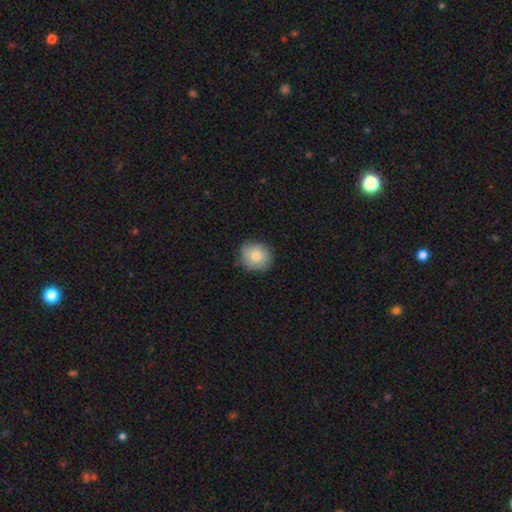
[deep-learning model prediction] A smooth galaxy with no disk features (78%) that is round (84%).

Vote fractions:
- Smooth or featured? smooth: 78% / featured or disk: 14% / star or artifact: 8%
- How rounded? round: 84% / in between: 15% / cigar-shaped: 1%
- Merging? none: 79% / minor disturbance: 17% / major disturbance: 3% / merger: 1%